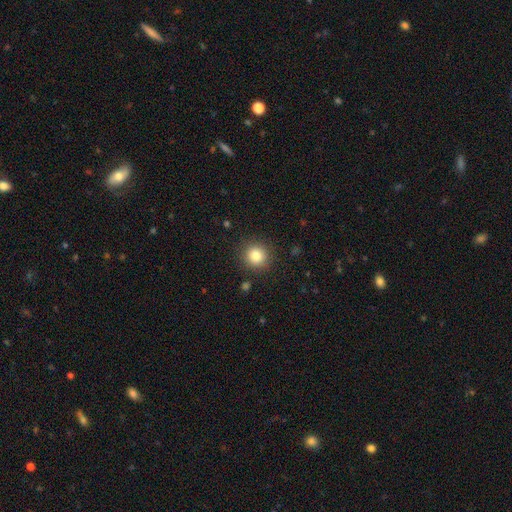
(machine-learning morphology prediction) type=smooth (82%); roundness=round (92%); merging=none (89%).